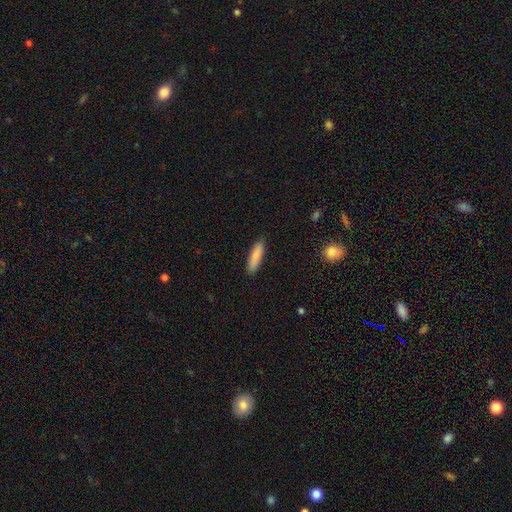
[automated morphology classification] Overall: smooth (86%). How rounded: cigar-shaped (64%; in between 34%). Merging: none (87%).